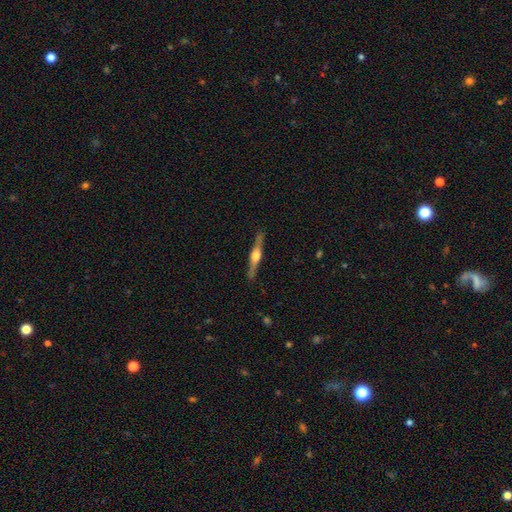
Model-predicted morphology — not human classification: Smooth or featured?
  - featured or disk: 75% *
  - smooth: 20%
  - star or artifact: 5%
Edge-on disk?
  - yes: 98% *
  - no: 2%
Edge-on bulge?
  - rounded: 91% *
  - boxy: 6%
  - none: 3%
Merging?
  - none: 89% *
  - minor disturbance: 8%
  - major disturbance: 2%
  - merger: 1%